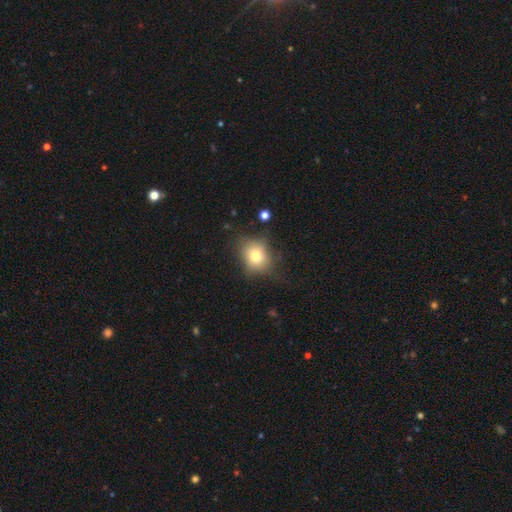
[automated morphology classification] This is likely a smooth galaxy (74%). How rounded: likely round (63%). Merging: likely none (67%).